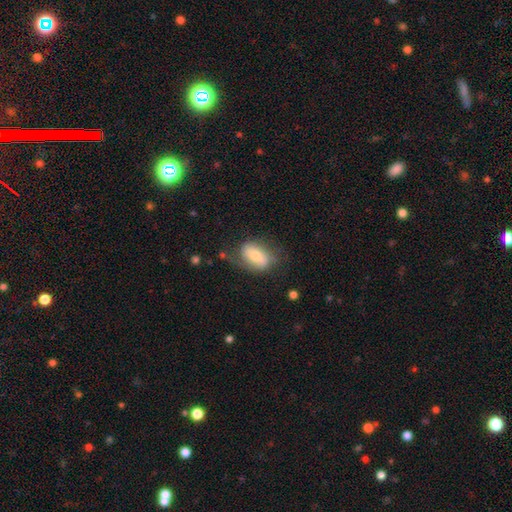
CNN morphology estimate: smooth-or-featured: smooth: 51% | featured or disk: 41% | star or artifact: 7%
  how-rounded: in between: 84% | round: 13% | cigar-shaped: 3%
  merging: none: 57% | minor disturbance: 26% | major disturbance: 14% | merger: 3%